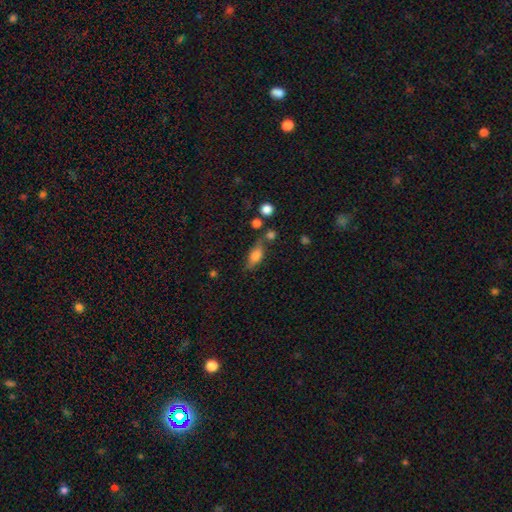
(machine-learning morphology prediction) Overall: smooth (73%). How rounded: in between (77%). Merging: none (59%; minor disturbance 21%).